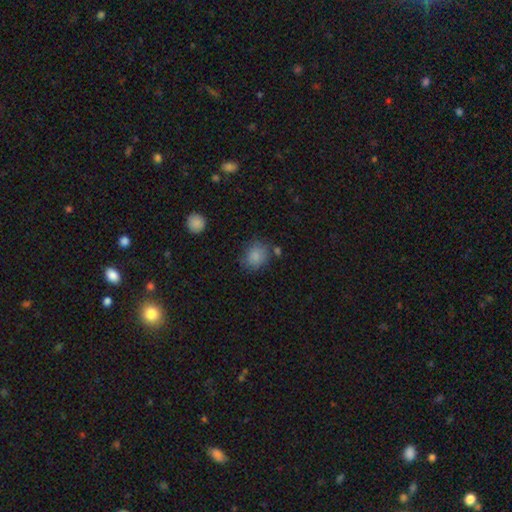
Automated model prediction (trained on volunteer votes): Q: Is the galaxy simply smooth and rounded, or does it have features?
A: smooth — 86%.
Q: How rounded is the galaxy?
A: round — 66%.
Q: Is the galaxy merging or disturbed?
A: none — 73%.